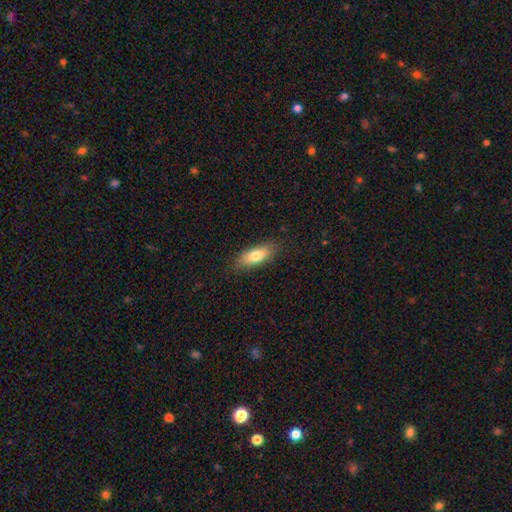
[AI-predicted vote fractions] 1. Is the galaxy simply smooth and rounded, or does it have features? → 76% smooth, 17% featured or disk, 7% star or artifact.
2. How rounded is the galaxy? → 72% in between, 25% cigar-shaped, 3% round.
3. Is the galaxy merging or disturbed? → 84% none, 12% minor disturbance, 3% major disturbance, 1% merger.